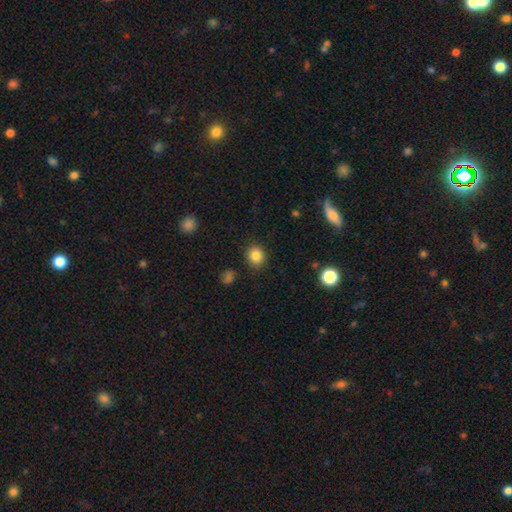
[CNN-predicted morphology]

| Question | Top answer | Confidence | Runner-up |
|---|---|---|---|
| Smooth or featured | smooth | 85% | star or artifact (10%) |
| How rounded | round | 80% | in between (19%) |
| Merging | none | 89% | minor disturbance (7%) |